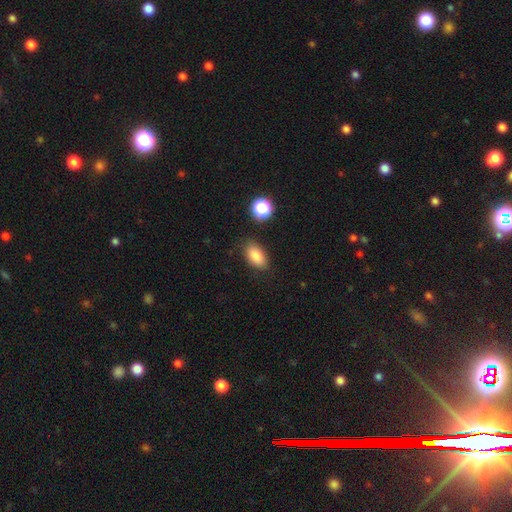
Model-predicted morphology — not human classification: type=smooth (84%); roundness=in between (90%); merging=none (83%).